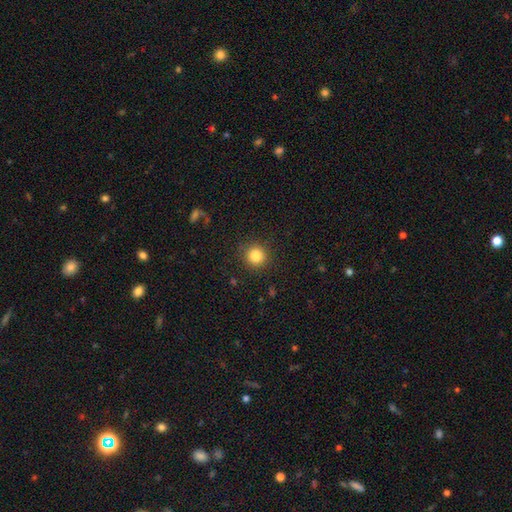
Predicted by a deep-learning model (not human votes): Morphology: type=smooth (84%); roundness=round (94%); merging=none (90%).